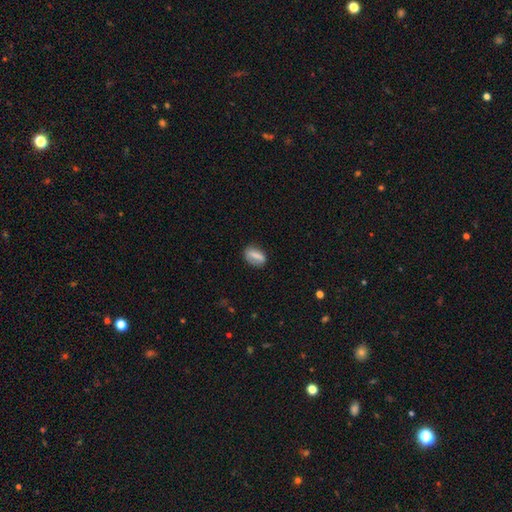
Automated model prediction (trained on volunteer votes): This appears to be a smooth galaxy with no disk features (74%) that is in between round and cigar-shaped (74%). Merging: none (80%).